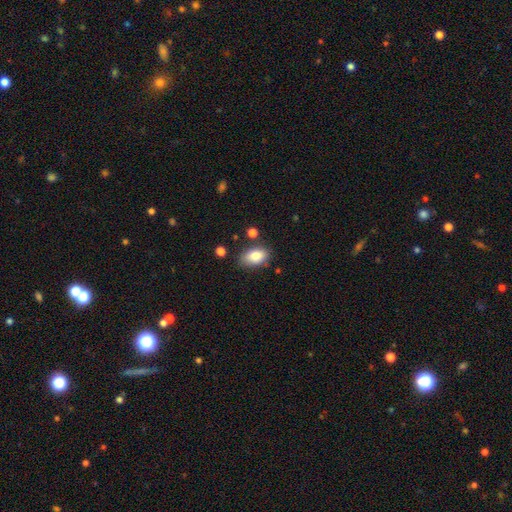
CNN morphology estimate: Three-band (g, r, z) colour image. It shows a smooth galaxy with no disk features (82%) that is in between round and cigar-shaped (89%). Merging: none (76%).